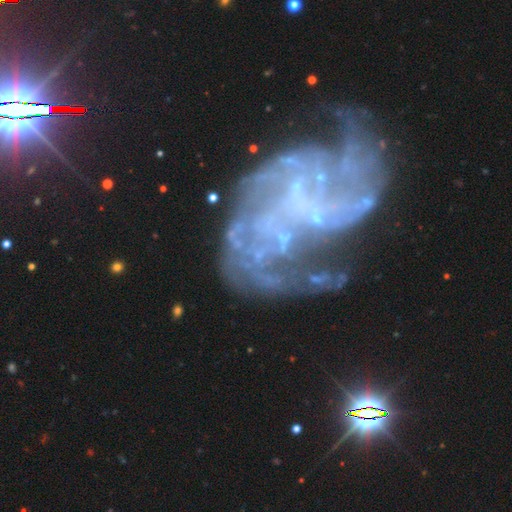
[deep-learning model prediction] This is clearly a featured or disk galaxy (81%). It is clearly not viewed edge-on (98%). Bar: possibly no (58%). Spiral arm pattern: likely yes (75%). Spiral arm count: marginally can't tell (31%). Spiral winding: possibly loose (51%). Central bulge: likely none (63%). Merging: marginally major disturbance (39%).